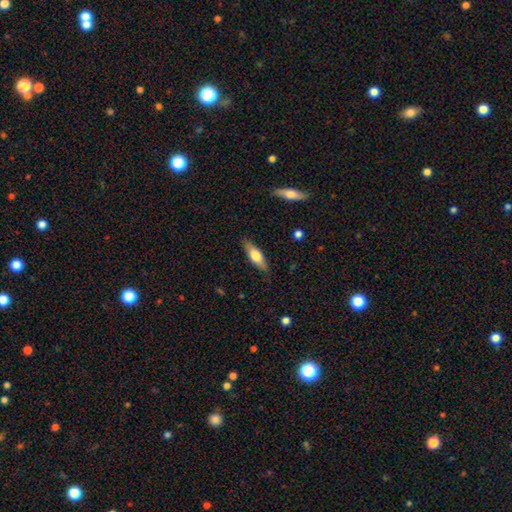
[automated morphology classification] This appears to be a smooth galaxy with no disk features (63%) that is in between round and cigar-shaped (52%). Merging: none (85%).